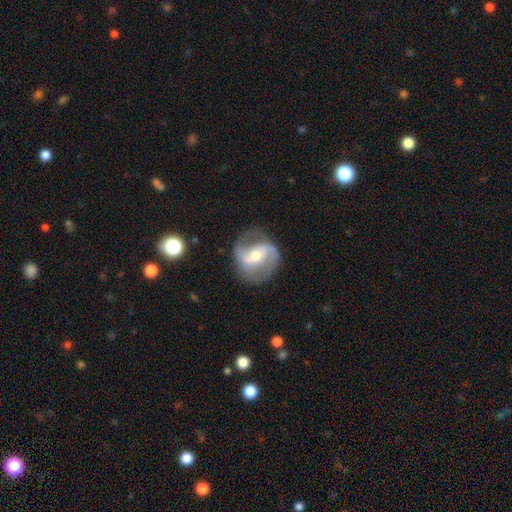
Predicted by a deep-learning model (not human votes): Smooth or featured? Predicted: featured or disk (p=0.83). Edge-on disk? Predicted: no (p=0.97). Bar? Predicted: weak (p=0.41). Spiral arms? Predicted: yes (p=0.93). Spiral winding? Predicted: medium (p=0.48). Spiral arm count? Predicted: 2 (p=0.88). Bulge size? Predicted: moderate (p=0.58). Merging? Predicted: none (p=0.74).